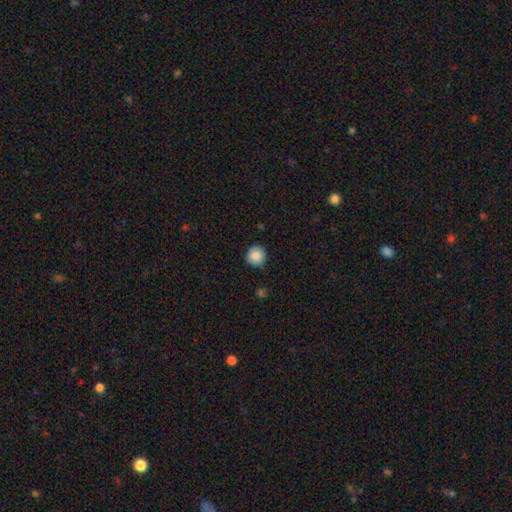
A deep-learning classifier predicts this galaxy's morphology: Smooth or featured? Predicted: smooth (p=0.87). How rounded? Predicted: round (p=0.94). Merging? Predicted: none (p=0.86).